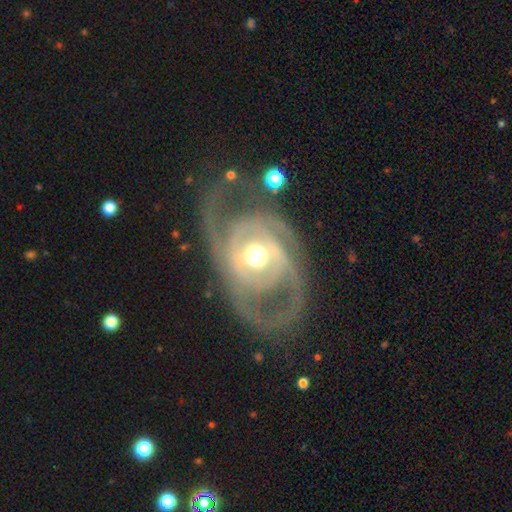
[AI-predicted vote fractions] smooth-or-featured: featured or disk: 83% | smooth: 12% | star or artifact: 5%
  disk-edge-on: no: 96% | yes: 4%
    bar: no: 60% | weak: 26% | strong: 14%
    has-spiral-arms: yes: 78% | no: 22%
      spiral-winding: tight: 39% | medium: 37% | loose: 24%
      spiral-arm-count: 2: 53% | can't tell: 19% | 3: 9% | 1: 9% | 4: 5% | more than 4: 5%
    bulge-size: moderate: 70% | large: 14% | small: 13% | dominant: 2% | none: 1%
  merging: none: 51% | major disturbance: 28% | minor disturbance: 16% | merger: 5%